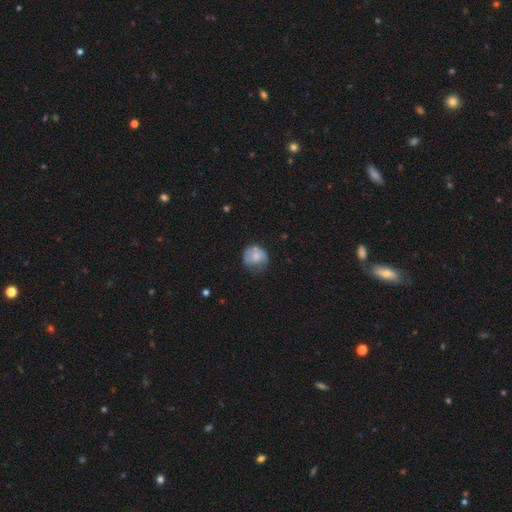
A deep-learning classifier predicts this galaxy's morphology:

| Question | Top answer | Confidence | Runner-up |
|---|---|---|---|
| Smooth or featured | smooth | 64% | featured or disk (28%) |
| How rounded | round | 78% | in between (21%) |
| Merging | none | 50% | minor disturbance (32%) |